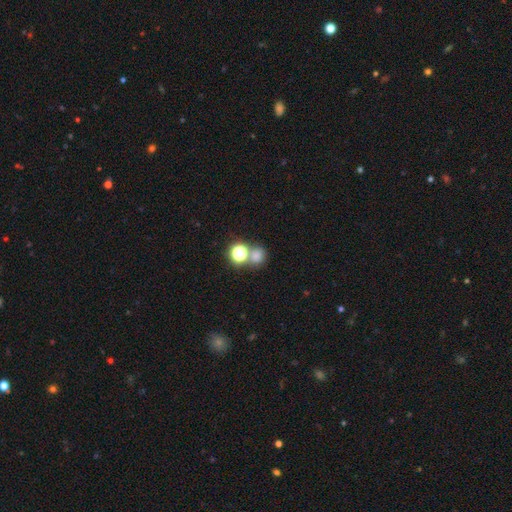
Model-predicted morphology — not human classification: type=smooth (69%); roundness=round (79%); merging=none (58%).